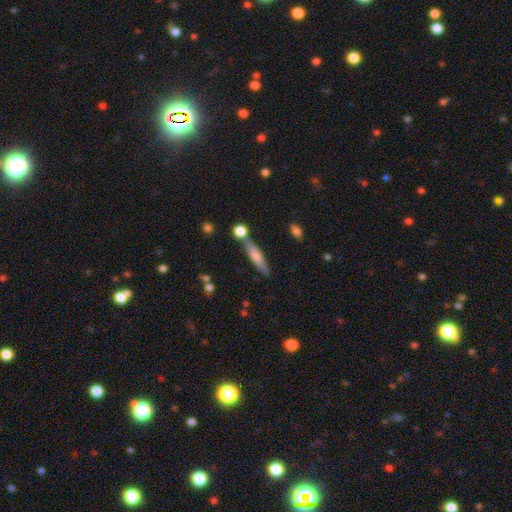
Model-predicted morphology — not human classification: This is likely a smooth galaxy (66%). How rounded: clearly cigar-shaped (81%). Merging: likely none (67%).